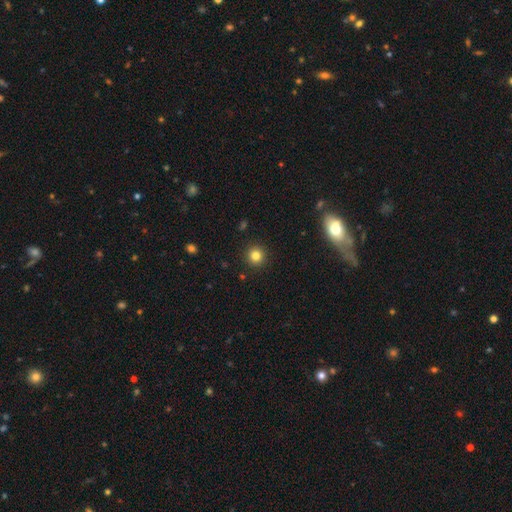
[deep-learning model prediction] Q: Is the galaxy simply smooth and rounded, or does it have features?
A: smooth — 82%.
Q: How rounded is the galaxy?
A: round — 94%.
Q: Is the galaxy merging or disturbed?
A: none — 92%.